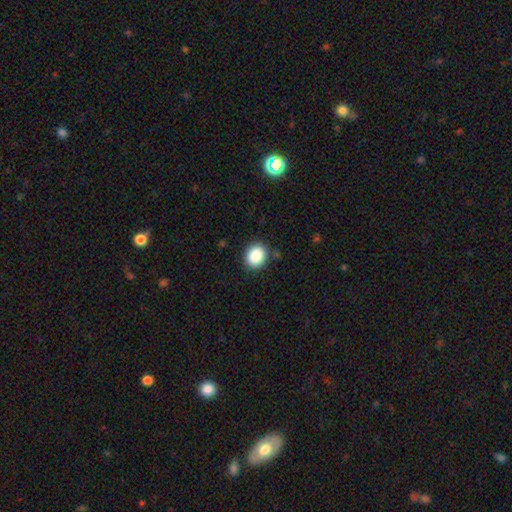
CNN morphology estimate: smooth_or_featured: smooth (p=0.87) [alt: star or artifact p=0.09]
how_rounded: round (p=0.66) [alt: in between p=0.33]
merging: none (p=0.88) [alt: minor disturbance p=0.08]